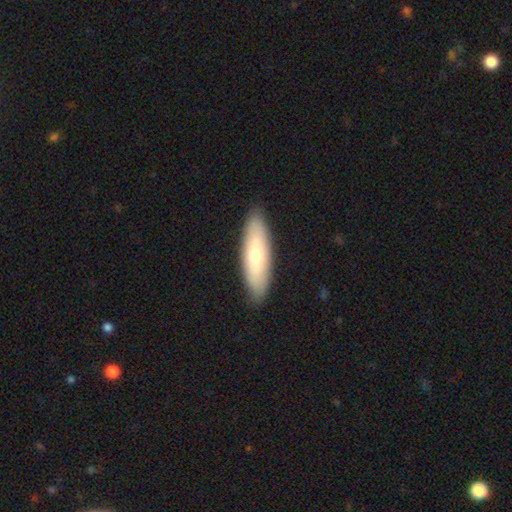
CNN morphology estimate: smooth_or_featured: smooth (p=0.61) [alt: featured or disk p=0.33]
how_rounded: cigar-shaped (p=0.57) [alt: in between p=0.41]
merging: none (p=0.90) [alt: minor disturbance p=0.07]